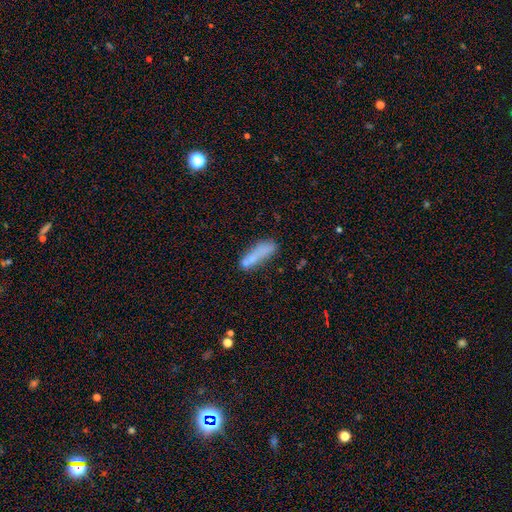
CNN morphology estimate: Smooth or featured: smooth — 68% (featured or disk — 22%)
How rounded: cigar-shaped — 69% (in between — 28%)
Merging: none — 52% (minor disturbance — 21%)